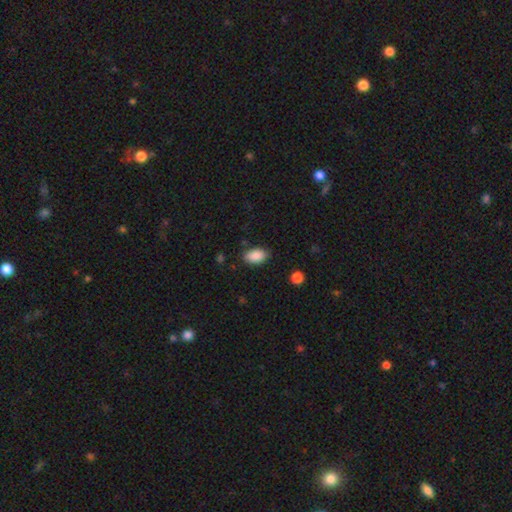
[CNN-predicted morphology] This appears to be a smooth galaxy with no disk features (89%) that is in between round and cigar-shaped (92%). Merging: none (83%).